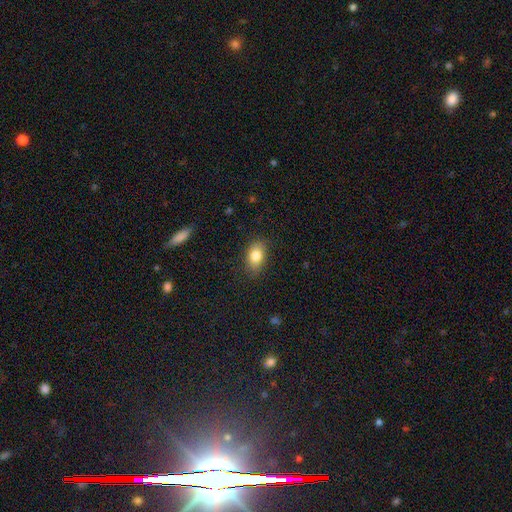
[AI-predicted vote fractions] This appears to be a smooth galaxy with no disk features (82%) that is in between round and cigar-shaped (87%). Merging: none (83%).